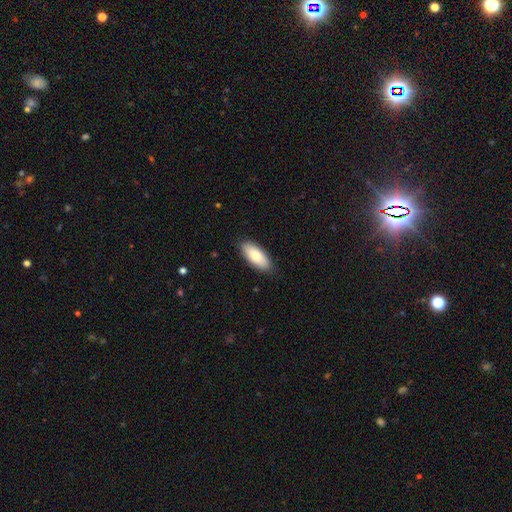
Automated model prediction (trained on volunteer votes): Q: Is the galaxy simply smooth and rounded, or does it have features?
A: smooth — 82%.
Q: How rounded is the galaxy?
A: in between — 85%.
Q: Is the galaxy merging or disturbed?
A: none — 87%.